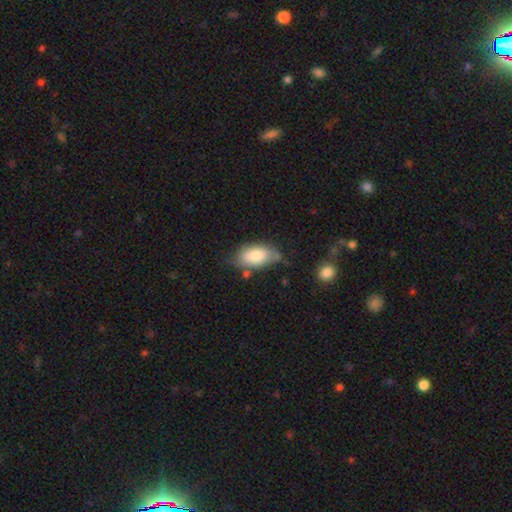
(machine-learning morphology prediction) A smooth galaxy with no disk features (79%) that is in between round and cigar-shaped (92%).

Vote fractions:
- Smooth or featured? smooth: 79% / featured or disk: 15% / star or artifact: 6%
- How rounded? in between: 92% / cigar-shaped: 4% / round: 3%
- Merging? none: 60% / minor disturbance: 27% / major disturbance: 7% / merger: 6%